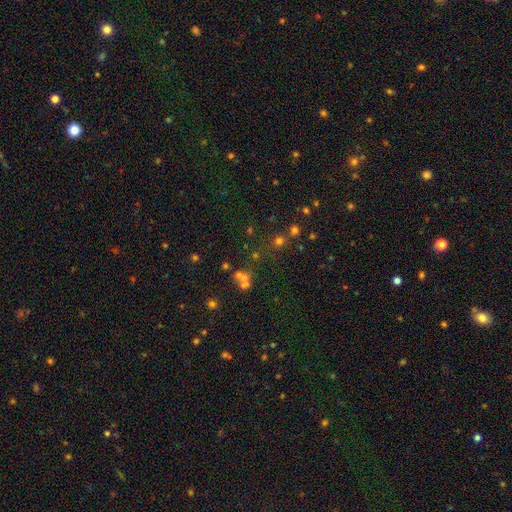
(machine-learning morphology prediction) Smooth or featured: star or artifact — 50% (smooth — 38%)